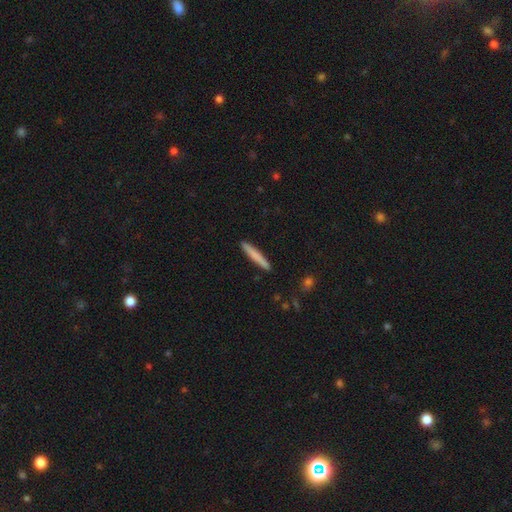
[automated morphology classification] Smooth or featured: smooth — 75% (featured or disk — 20%)
How rounded: cigar-shaped — 96% (in between — 3%)
Merging: none — 91% (minor disturbance — 6%)